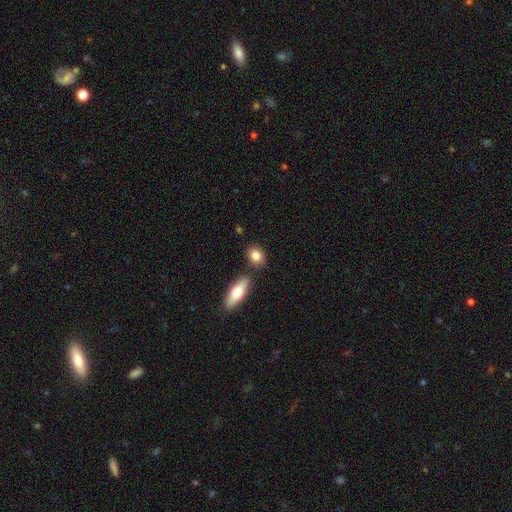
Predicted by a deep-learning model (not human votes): Smooth or featured?
  - smooth: 83% *
  - featured or disk: 10%
  - star or artifact: 7%
How rounded?
  - in between: 60% *
  - round: 35%
  - cigar-shaped: 4%
Merging?
  - none: 76% *
  - minor disturbance: 11%
  - merger: 11%
  - major disturbance: 3%